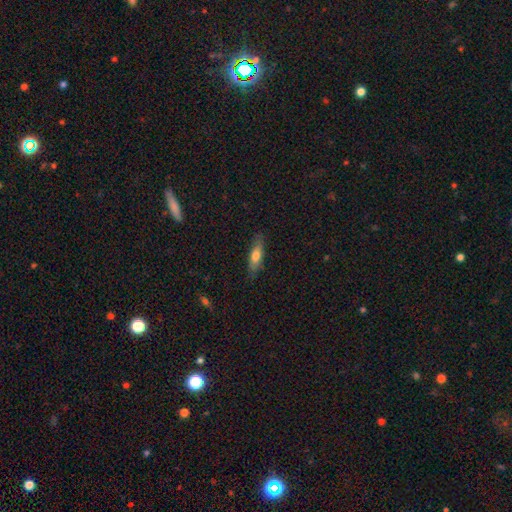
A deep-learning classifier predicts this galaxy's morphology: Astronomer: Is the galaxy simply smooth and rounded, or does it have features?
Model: smooth — 67%.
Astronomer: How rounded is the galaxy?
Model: cigar-shaped — 56% (runner-up: in between, 42%).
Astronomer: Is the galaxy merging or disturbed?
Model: none — 82%.